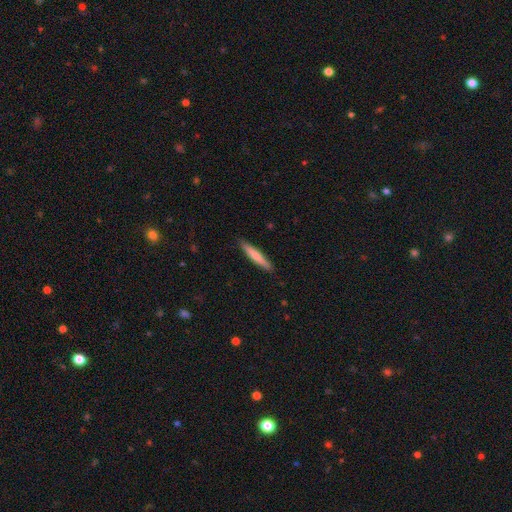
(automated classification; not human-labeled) Smooth or featured? smooth (70%)
How rounded? cigar-shaped (93%)
Merging? none (90%)